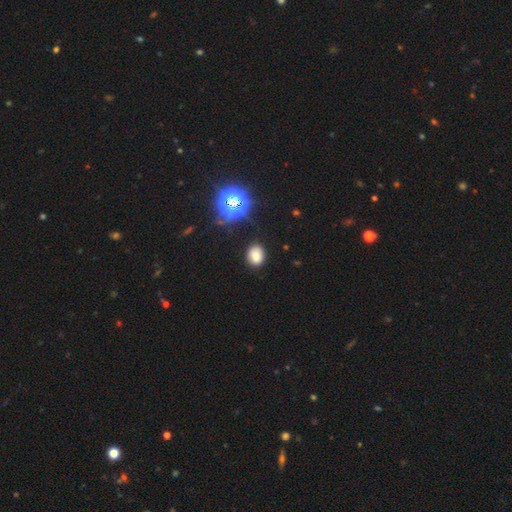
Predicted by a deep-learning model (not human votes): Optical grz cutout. It shows a smooth galaxy with no disk features (75%) that is in between round and cigar-shaped (50%). Merging: none (85%).